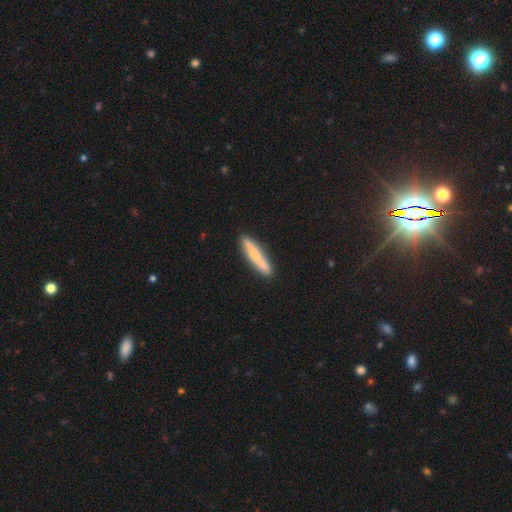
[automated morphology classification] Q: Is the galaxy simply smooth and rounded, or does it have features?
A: smooth — 59%.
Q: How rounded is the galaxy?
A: cigar-shaped — 91%.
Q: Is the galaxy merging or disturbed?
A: none — 88%.